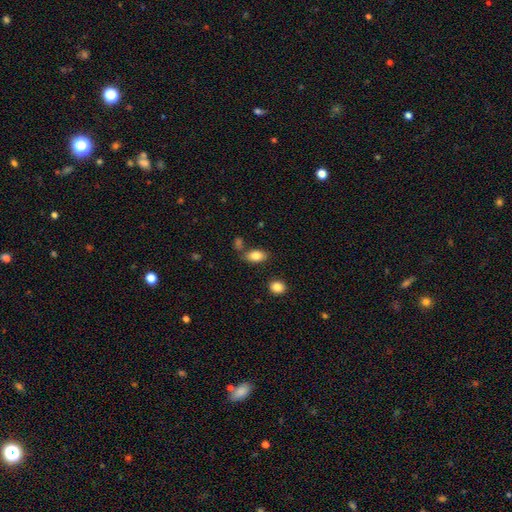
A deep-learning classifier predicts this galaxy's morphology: This is clearly a smooth galaxy (84%). How rounded: clearly in between (90%). Merging: likely none (72%).